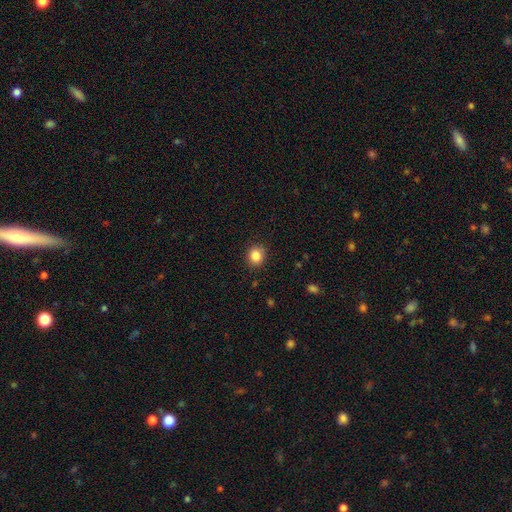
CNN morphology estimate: smooth_or_featured: smooth (p=0.86) [alt: star or artifact p=0.10]
how_rounded: round (p=0.76) [alt: in between p=0.23]
merging: none (p=0.87) [alt: minor disturbance p=0.09]